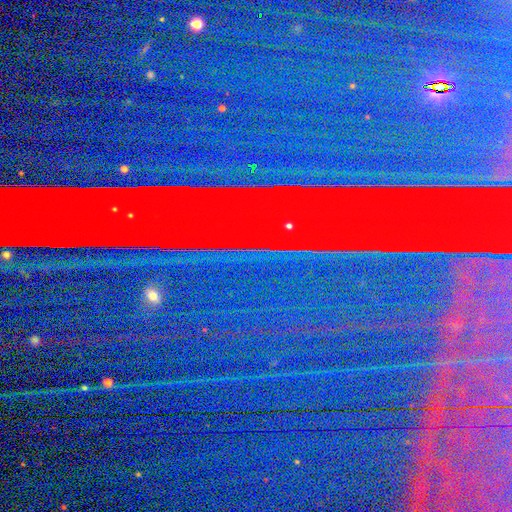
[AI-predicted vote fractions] This is clearly a star or artifact rather than a galaxy (87%).